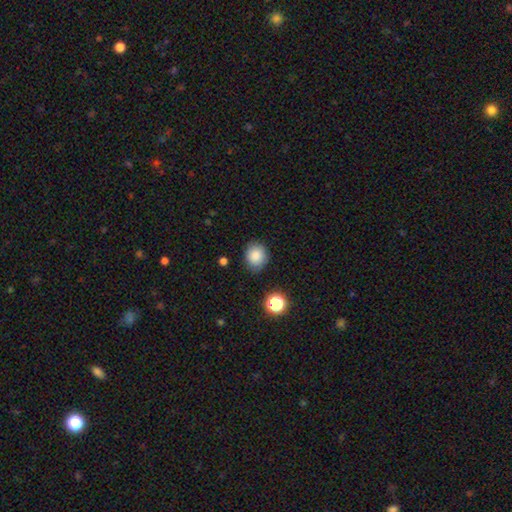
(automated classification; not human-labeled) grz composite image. It shows a smooth galaxy with no disk features (86%) that is round (71%). Merging: none (82%).